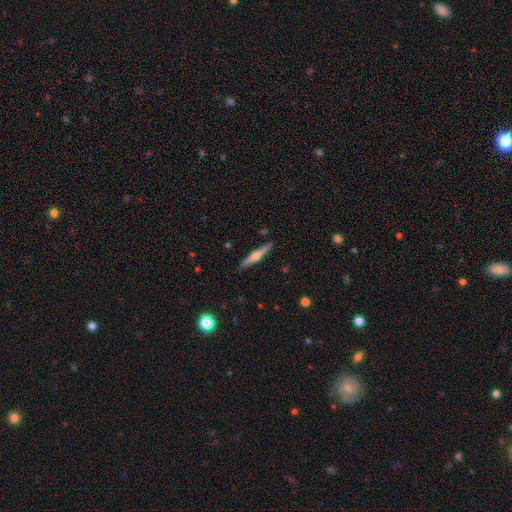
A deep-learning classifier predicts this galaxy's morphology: Overall: featured or disk (59%; smooth 35%). Edge-on disk: yes (97%). Edge-on bulge: rounded (84%). Merging: none (89%).